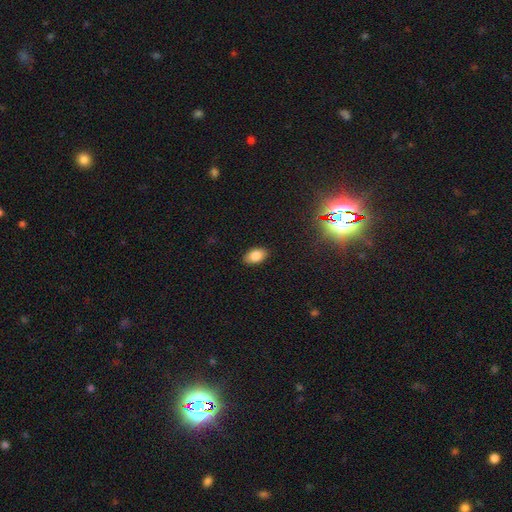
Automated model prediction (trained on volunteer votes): This appears to be a smooth galaxy with no disk features (83%) that is in between round and cigar-shaped (91%). Merging: none (88%).